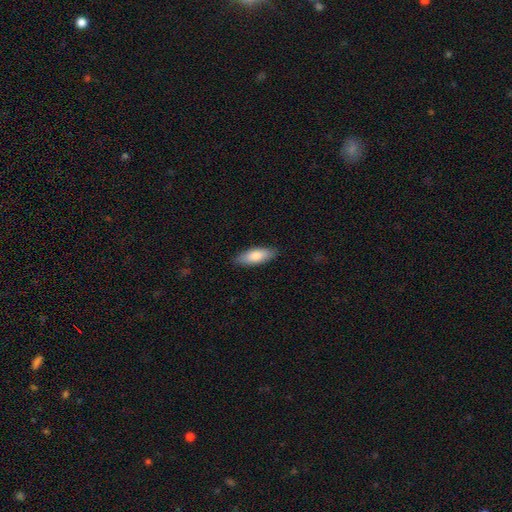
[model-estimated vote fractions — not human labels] Morphology: type=smooth (83%); roundness=in between (72%); merging=none (87%).